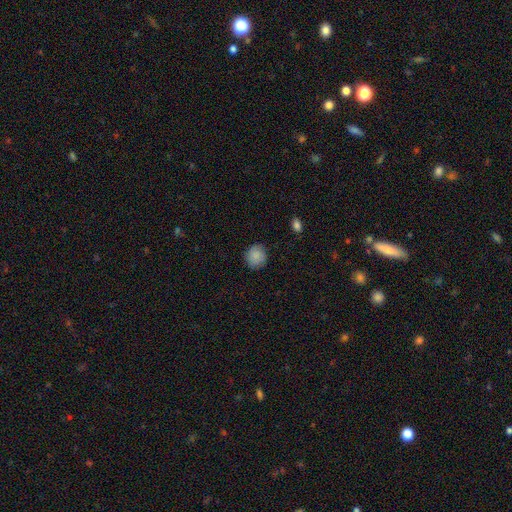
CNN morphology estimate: Smooth or featured? Predicted: smooth (p=0.87). How rounded? Predicted: round (p=0.88). Merging? Predicted: none (p=0.86).